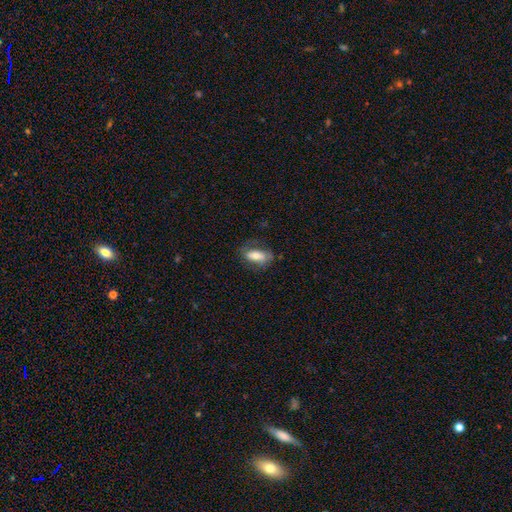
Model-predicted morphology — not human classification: A smooth galaxy with no disk features (64%) that is in between round and cigar-shaped (83%). Merging: none (63%).